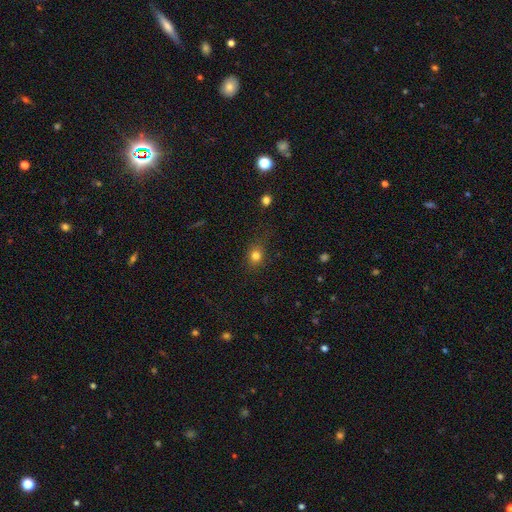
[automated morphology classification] Overall: smooth (79%). How rounded: round (70%). Merging: none (78%).